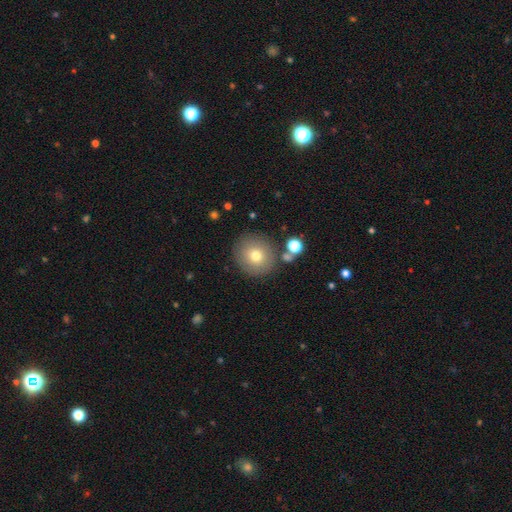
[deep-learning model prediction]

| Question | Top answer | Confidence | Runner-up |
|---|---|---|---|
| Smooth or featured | smooth | 75% | featured or disk (15%) |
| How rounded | round | 91% | in between (8%) |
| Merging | none | 81% | minor disturbance (10%) |